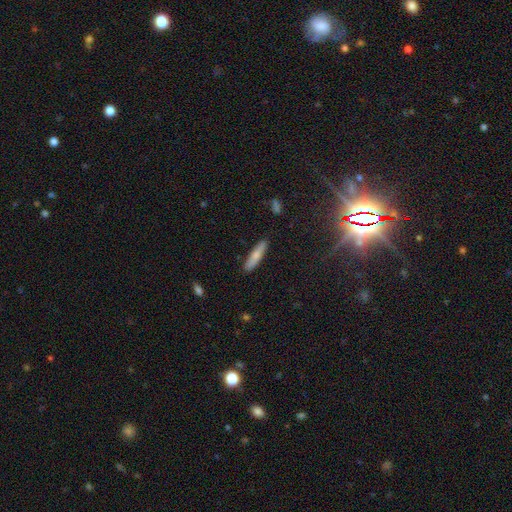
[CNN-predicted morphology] Smooth or featured? smooth (74%)
How rounded? cigar-shaped (81%)
Merging? none (89%)